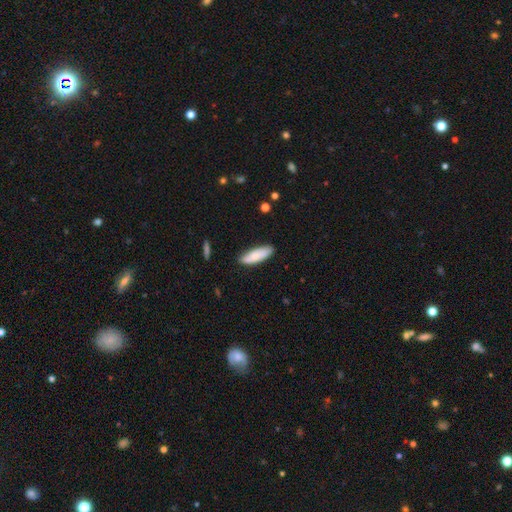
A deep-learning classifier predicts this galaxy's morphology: smooth-or-featured: smooth: 76% | featured or disk: 18% | star or artifact: 6%
  how-rounded: in between: 53% | cigar-shaped: 45% | round: 2%
  merging: none: 83% | minor disturbance: 13% | major disturbance: 2% | merger: 2%